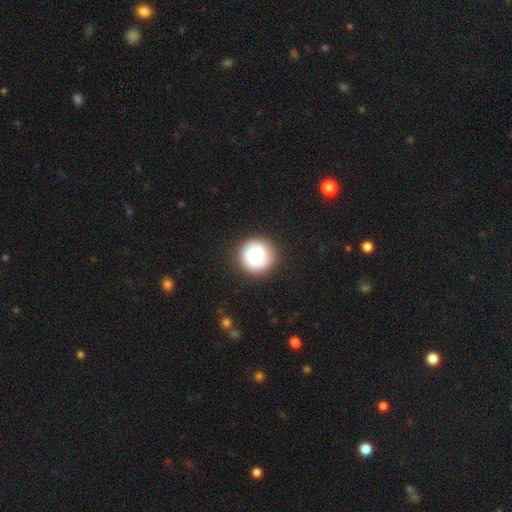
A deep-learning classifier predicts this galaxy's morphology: smooth-or-featured: smooth: 74% | featured or disk: 19% | star or artifact: 8%
  how-rounded: round: 95% | in between: 4% | cigar-shaped: 1%
  merging: none: 87% | minor disturbance: 9% | major disturbance: 3% | merger: 1%